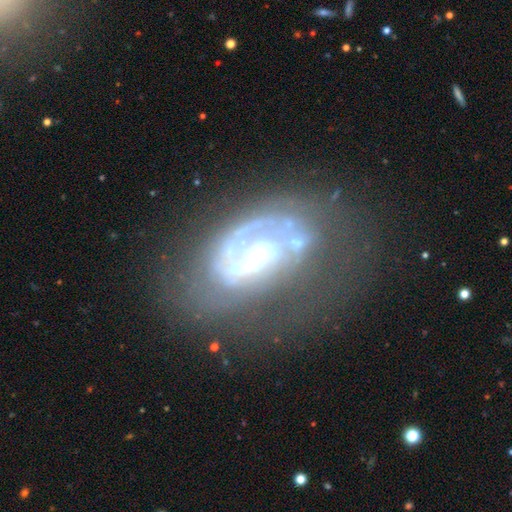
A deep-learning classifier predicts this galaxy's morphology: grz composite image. It shows a featured or disk galaxy (82%) with no bar (45%), 1 (43%) tight (46%) spiral arms (79%) and a moderate central bulge (48%). Merging: none (42%).